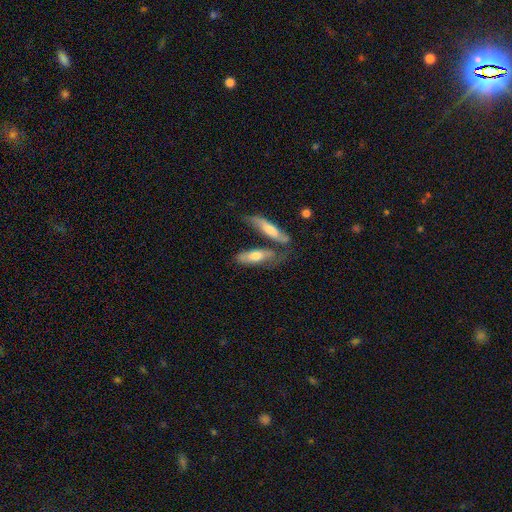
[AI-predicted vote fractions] Smooth or featured? Predicted: smooth (p=0.61). How rounded? Predicted: in between (p=0.49, tied with cigar-shaped). Merging? Predicted: none (p=0.43).